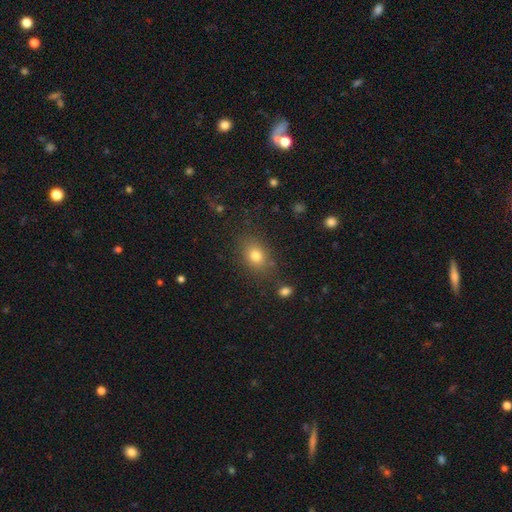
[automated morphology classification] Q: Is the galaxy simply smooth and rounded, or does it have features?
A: smooth — 78%.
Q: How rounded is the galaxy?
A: in between — 62%.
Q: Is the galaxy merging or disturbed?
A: none — 80%.